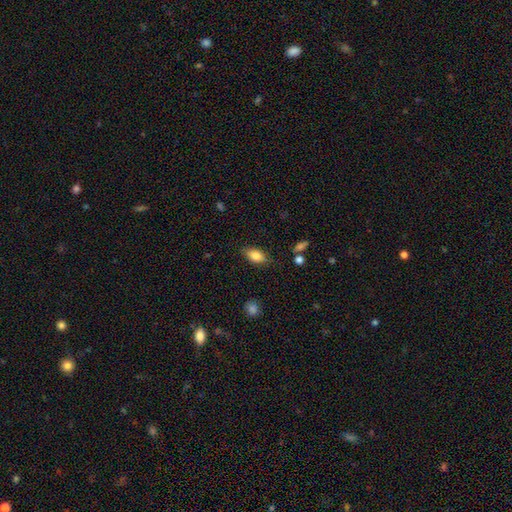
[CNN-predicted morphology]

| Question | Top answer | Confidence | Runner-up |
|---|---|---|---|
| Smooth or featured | smooth | 82% | featured or disk (10%) |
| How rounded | in between | 88% | cigar-shaped (7%) |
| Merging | none | 81% | minor disturbance (14%) |